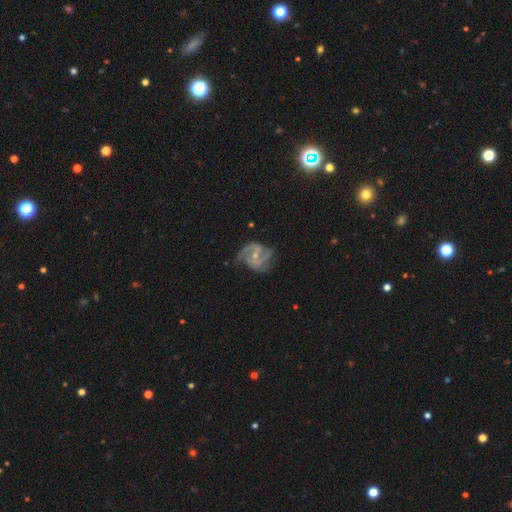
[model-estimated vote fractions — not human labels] This appears to be a featured or disk galaxy (88%) with a weak bar (46%), 2 (63%) medium (54%) spiral arms (96%) and a small central bulge (56%). Merging: none (62%).